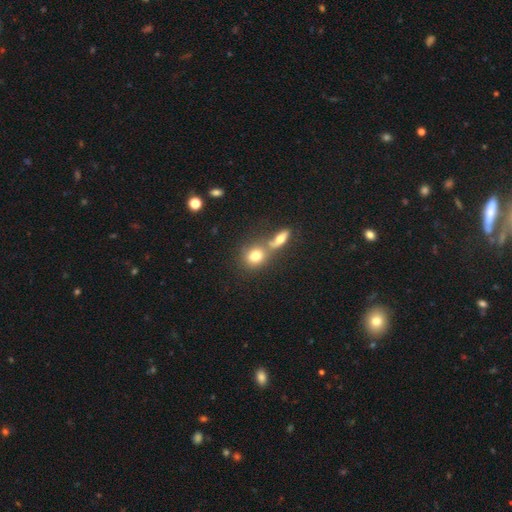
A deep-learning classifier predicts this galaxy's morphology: Smooth or featured: smooth — 77% (featured or disk — 13%)
How rounded: round — 66% (in between — 31%)
Merging: none — 47% (merger — 40%)